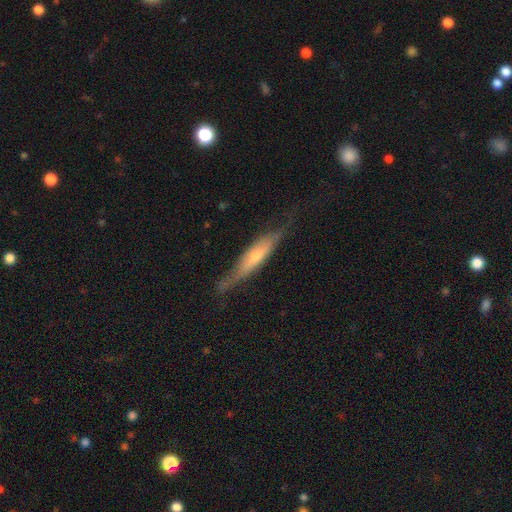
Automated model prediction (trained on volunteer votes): Overall: featured or disk (60%; smooth 33%). Edge-on disk: yes (82%). Merging: none (62%; minor disturbance 26%).